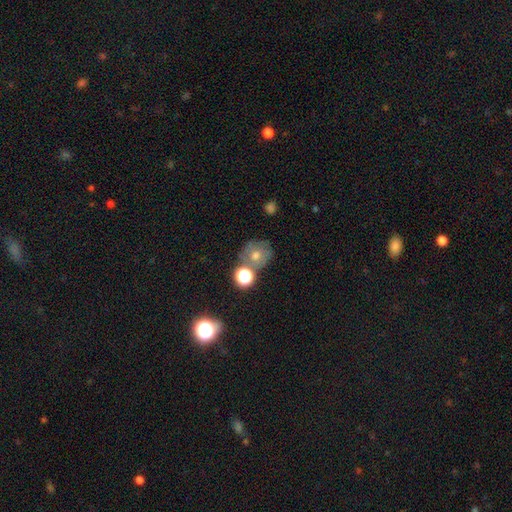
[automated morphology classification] smooth 48%, star or artifact 28%, featured or disk 24%. Down the decision tree: merging — none (65%).